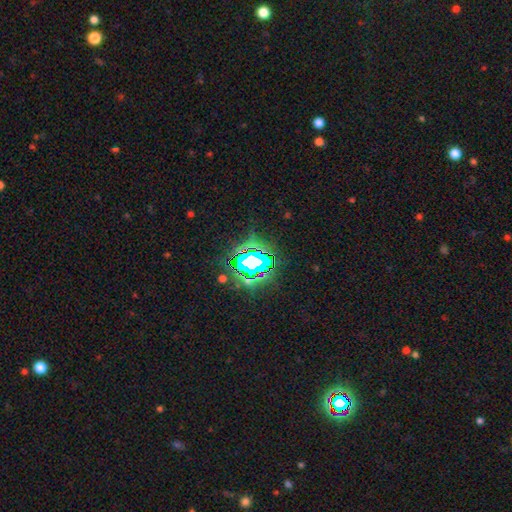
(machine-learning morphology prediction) star or artifact 80%, smooth 11%, featured or disk 9%.